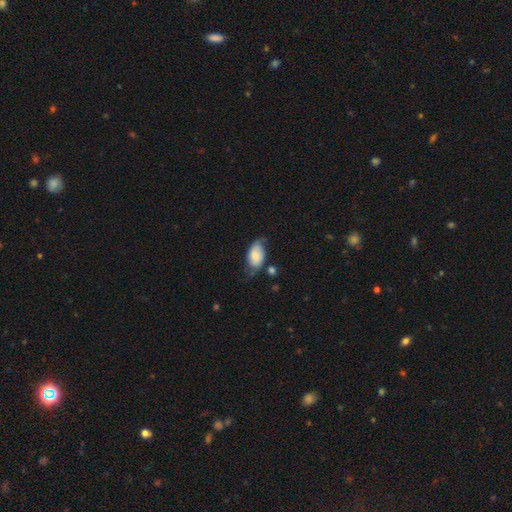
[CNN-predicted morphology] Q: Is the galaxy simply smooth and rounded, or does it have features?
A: smooth — 69%.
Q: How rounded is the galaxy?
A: in between — 92%.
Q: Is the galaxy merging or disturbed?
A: none — 44%.